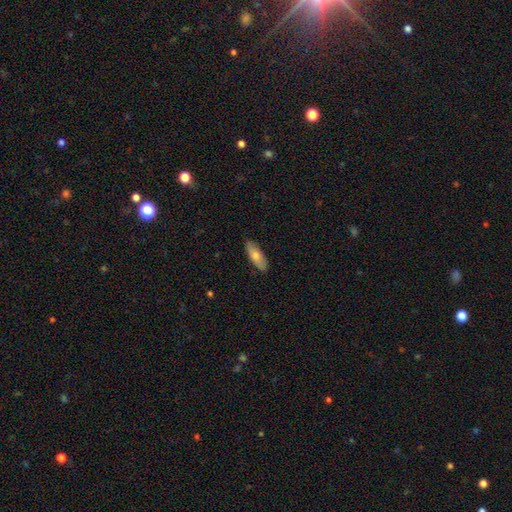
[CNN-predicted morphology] A smooth galaxy with no disk features (73%) that is in between round and cigar-shaped (66%).

Vote fractions:
- Smooth or featured? smooth: 73% / featured or disk: 22% / star or artifact: 6%
- How rounded? in between: 66% / cigar-shaped: 32% / round: 2%
- Merging? none: 88% / minor disturbance: 10% / major disturbance: 2% / merger: 1%